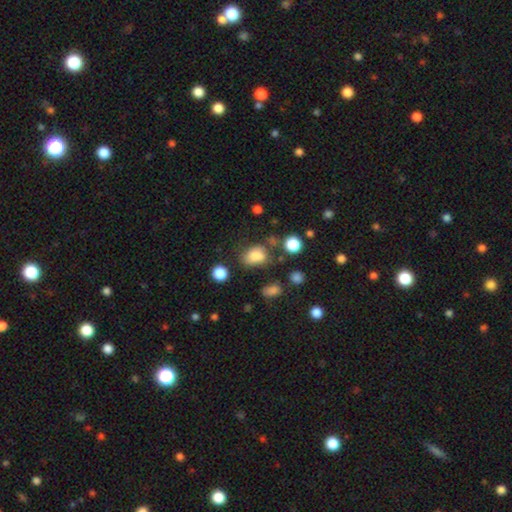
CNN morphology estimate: Overall: smooth (78%). How rounded: in between (71%). Merging: none (49%; minor disturbance 24%).